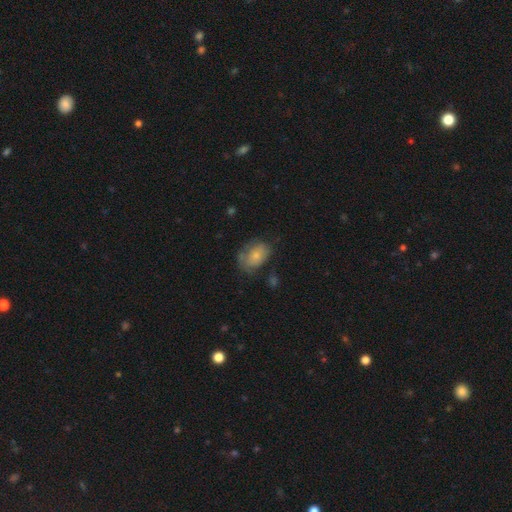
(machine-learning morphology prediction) Smooth or featured? Predicted: smooth (p=0.69). How rounded? Predicted: in between (p=0.77). Merging? Predicted: none (p=0.51).